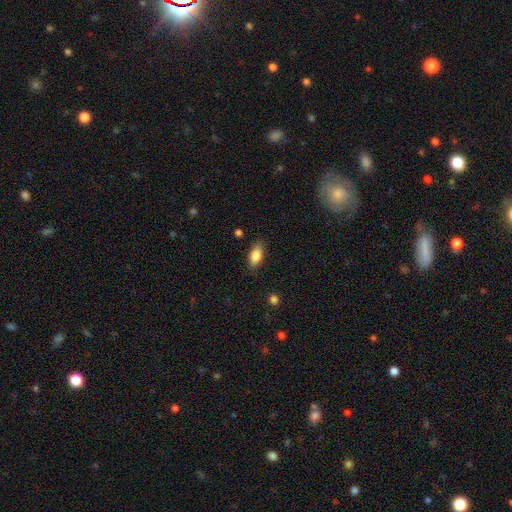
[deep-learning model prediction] A smooth galaxy with no disk features (86%) that is in between round and cigar-shaped (89%).

Vote fractions:
- Smooth or featured? smooth: 86% / star or artifact: 8% / featured or disk: 7%
- How rounded? in between: 89% / cigar-shaped: 6% / round: 5%
- Merging? none: 79% / minor disturbance: 16% / major disturbance: 3% / merger: 1%